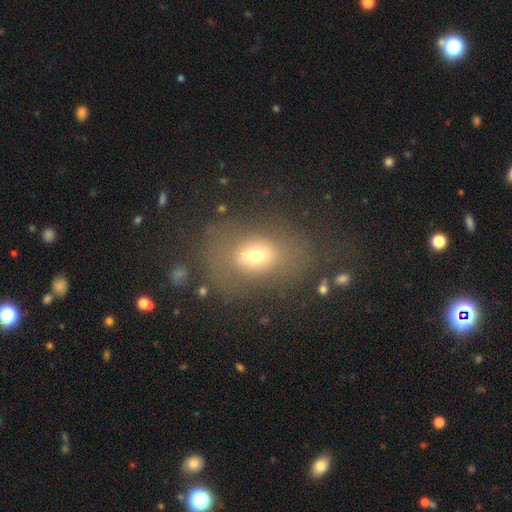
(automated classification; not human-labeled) Q: Smooth or featured?
A: smooth (62%); runner-up: featured or disk (22%)
Q: How rounded?
A: in between (63%); runner-up: round (36%)
Q: Merging?
A: none (57%); runner-up: major disturbance (20%)